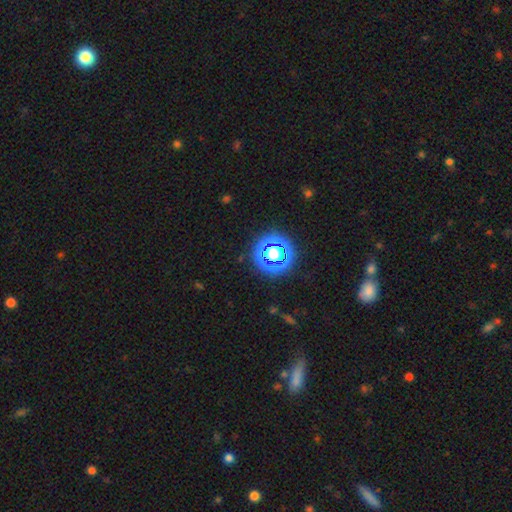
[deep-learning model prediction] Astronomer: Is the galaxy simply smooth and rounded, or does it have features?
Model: star or artifact — 74%.